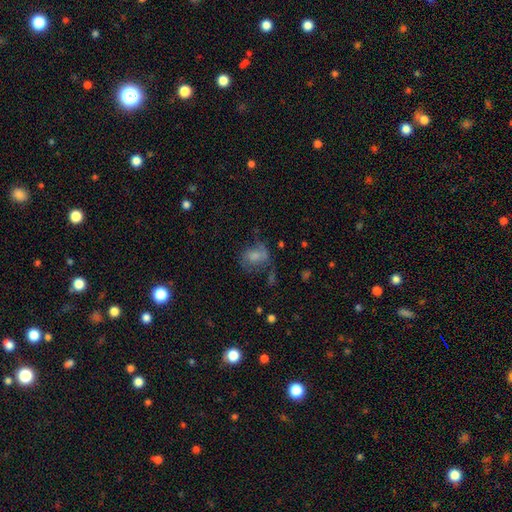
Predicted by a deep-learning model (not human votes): Morphology: type=smooth (59%); roundness=in between (58%); merging=none (39%).